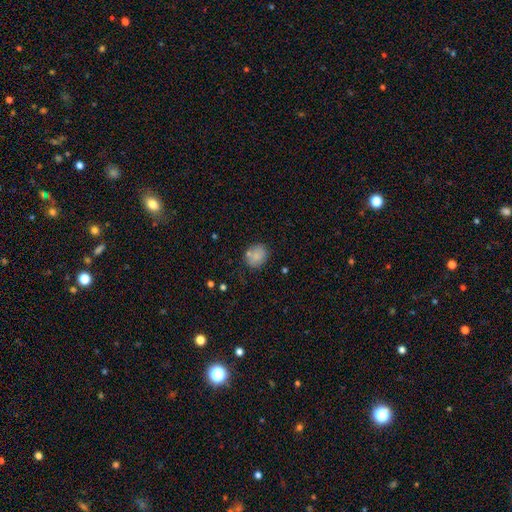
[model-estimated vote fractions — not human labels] Overall: smooth (80%). How rounded: round (65%; in between 34%). Merging: none (70%).